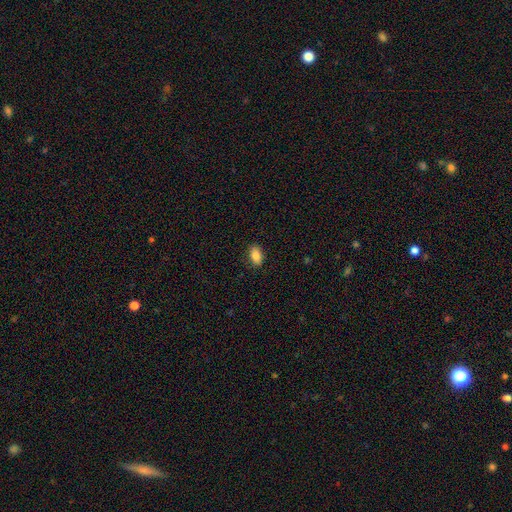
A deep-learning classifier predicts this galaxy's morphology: Overall: smooth (87%). How rounded: in between (90%). Merging: none (87%).